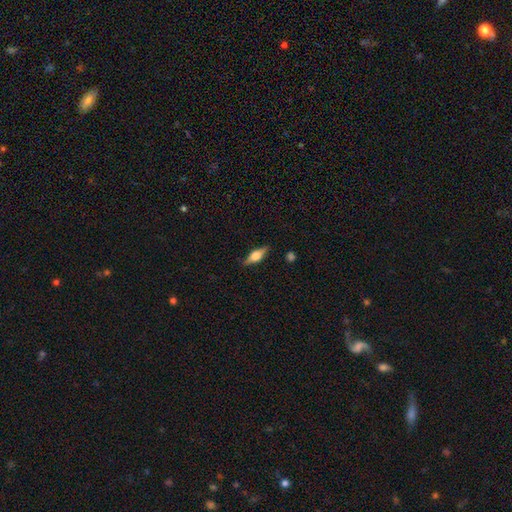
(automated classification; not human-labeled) featured or disk 54%, smooth 39%, star or artifact 7%. Down the decision tree: edge-on disk — yes (94%); edge-on bulge — rounded (92%); merging — none (86%).